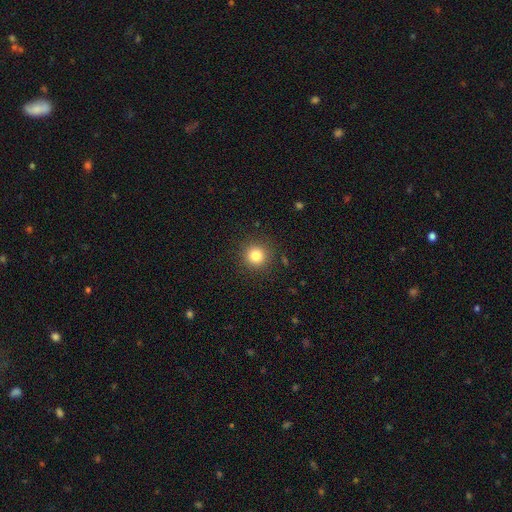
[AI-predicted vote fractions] Smooth or featured?
  - smooth: 82% *
  - star or artifact: 12%
  - featured or disk: 6%
How rounded?
  - round: 94% *
  - in between: 5%
  - cigar-shaped: 1%
Merging?
  - none: 90% *
  - minor disturbance: 7%
  - major disturbance: 3%
  - merger: 1%